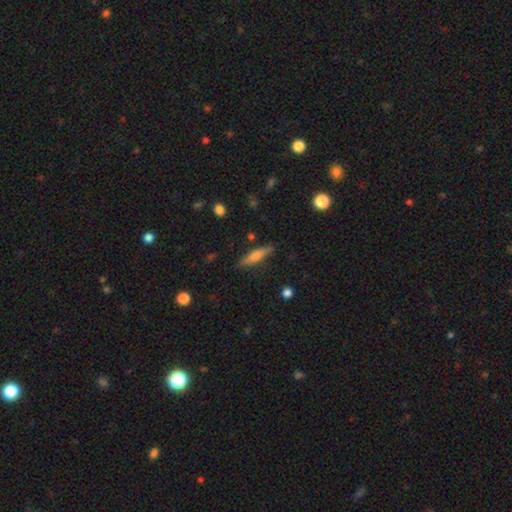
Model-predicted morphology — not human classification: This is likely a smooth galaxy (60%). How rounded: likely cigar-shaped (78%). Merging: clearly none (85%).